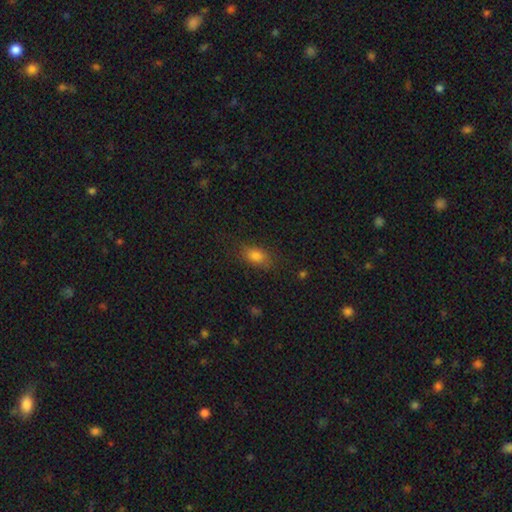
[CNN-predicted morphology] The model was most divided on "merging": none: 80%, minor disturbance: 15%, major disturbance: 4%, merger: 1%. More confident: how rounded — in between (83%); smooth or featured — smooth (81%).